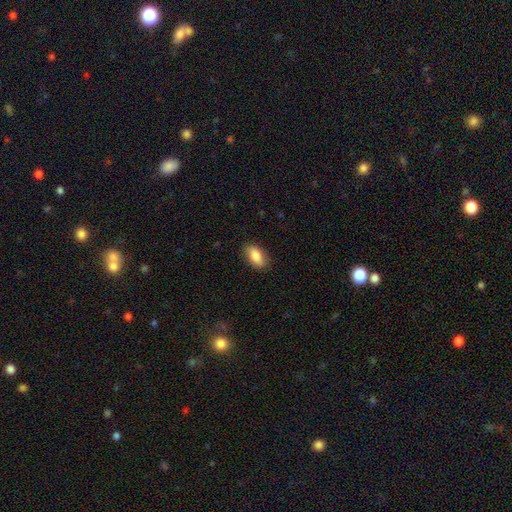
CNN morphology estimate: The model was most divided on "merging": none: 85%, minor disturbance: 11%, major disturbance: 3%, merger: 1%. More confident: how rounded — in between (91%); smooth or featured — smooth (86%).